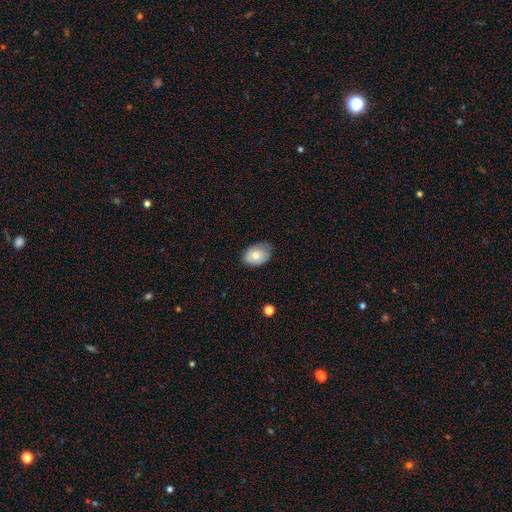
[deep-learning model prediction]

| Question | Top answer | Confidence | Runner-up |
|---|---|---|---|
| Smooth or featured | smooth | 65% | featured or disk (28%) |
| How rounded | in between | 77% | round (22%) |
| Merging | none | 62% | minor disturbance (31%) |